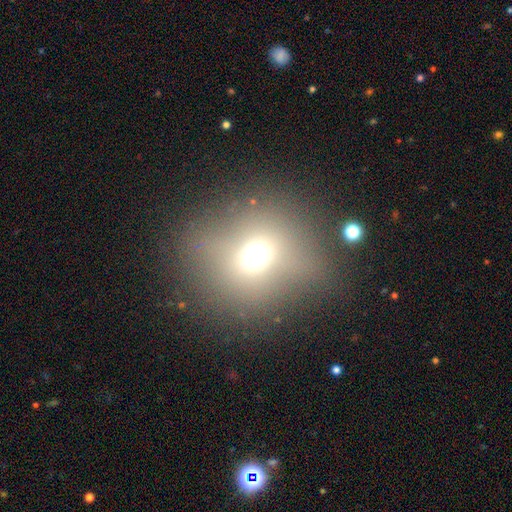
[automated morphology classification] Smooth or featured?
  - smooth: 63% *
  - star or artifact: 24%
  - featured or disk: 13%
How rounded?
  - round: 81% *
  - in between: 17%
  - cigar-shaped: 1%
Merging?
  - none: 78% *
  - minor disturbance: 11%
  - major disturbance: 7%
  - merger: 4%